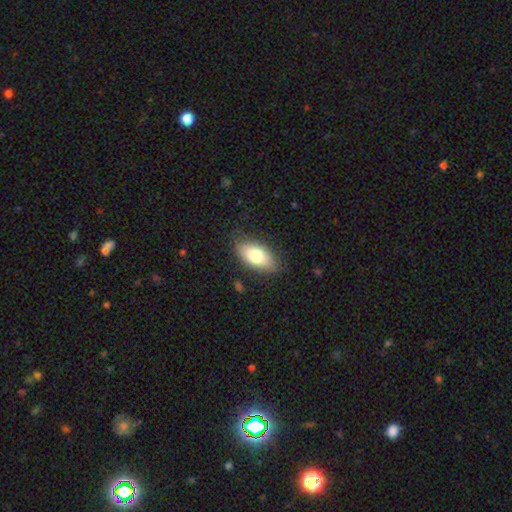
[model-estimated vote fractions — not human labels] Q: Smooth or featured?
A: smooth (77%); runner-up: featured or disk (16%)
Q: How rounded?
A: in between (91%); runner-up: cigar-shaped (5%)
Q: Merging?
A: none (81%); runner-up: minor disturbance (14%)